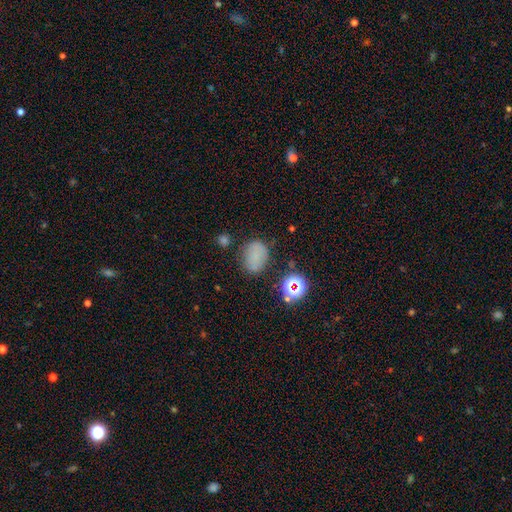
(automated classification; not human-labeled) smooth 71%, star or artifact 19%, featured or disk 10%. Down the decision tree: how rounded — in between (63%); merging — none (69%).